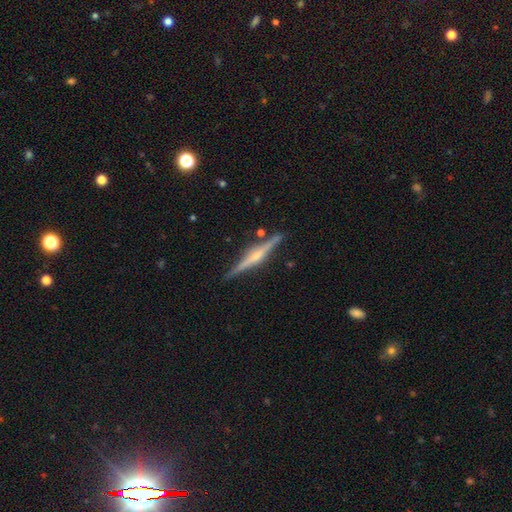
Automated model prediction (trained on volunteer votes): Overall: featured or disk (80%). Edge-on disk: yes (98%). Edge-on bulge: rounded (78%). Merging: none (88%).